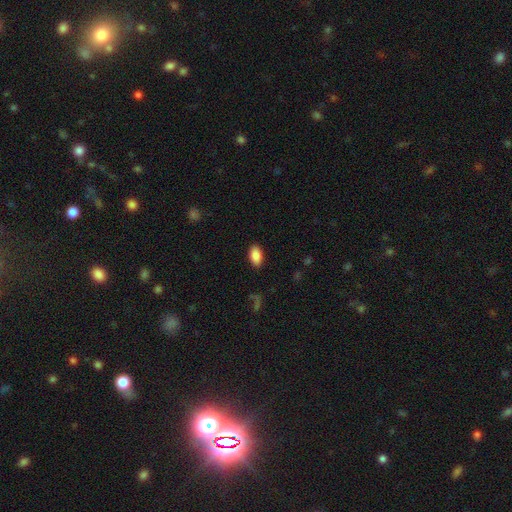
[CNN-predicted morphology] Q: Smooth or featured?
A: smooth (88%); runner-up: star or artifact (7%)
Q: How rounded?
A: in between (94%); runner-up: round (4%)
Q: Merging?
A: none (88%); runner-up: minor disturbance (8%)